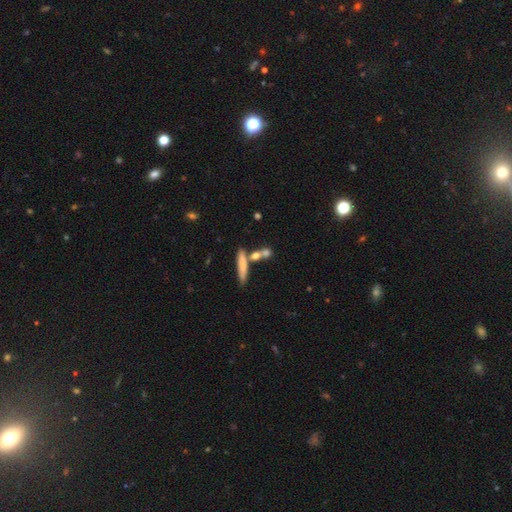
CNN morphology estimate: This is likely a smooth galaxy (67%). How rounded: possibly cigar-shaped (51%). Merging: possibly none (55%).